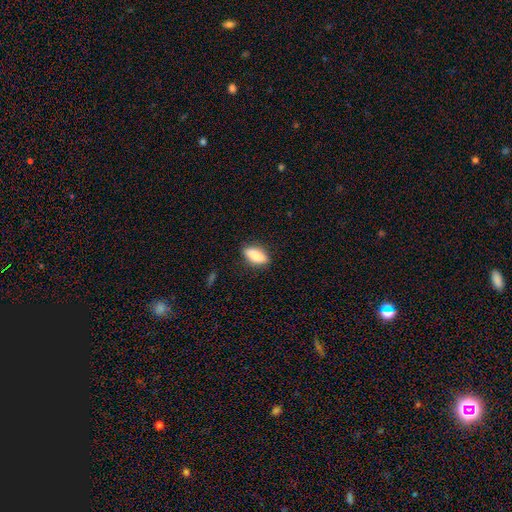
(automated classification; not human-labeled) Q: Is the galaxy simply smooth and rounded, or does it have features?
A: smooth — 80%.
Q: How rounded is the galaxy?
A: in between — 72%.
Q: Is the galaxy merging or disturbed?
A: none — 85%.